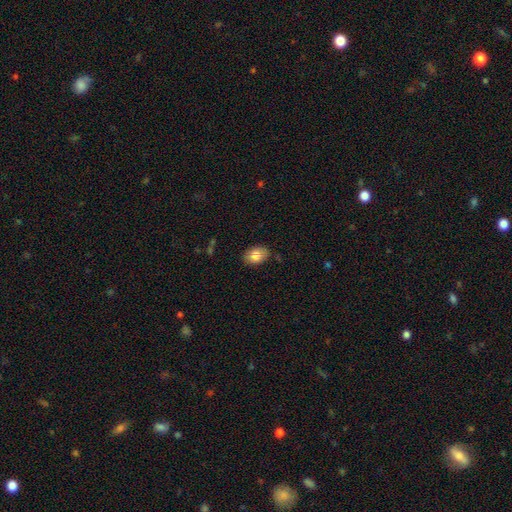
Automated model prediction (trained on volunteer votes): smooth-or-featured: smooth: 82% | featured or disk: 11% | star or artifact: 7%
  how-rounded: in between: 84% | round: 15% | cigar-shaped: 1%
  merging: none: 82% | minor disturbance: 14% | major disturbance: 3% | merger: 1%